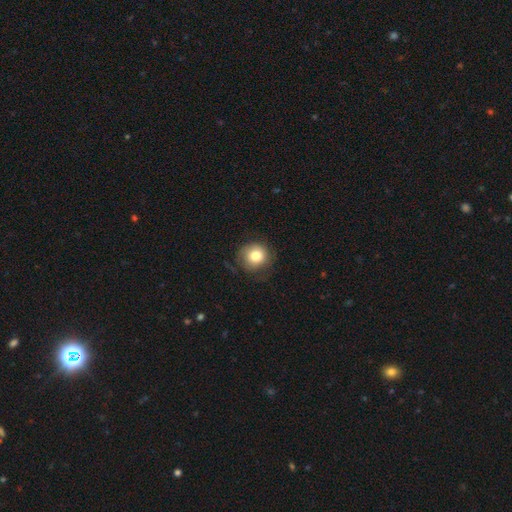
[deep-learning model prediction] Smooth or featured: smooth — 79% (featured or disk — 12%)
How rounded: round — 90% (in between — 9%)
Merging: none — 71% (minor disturbance — 20%)